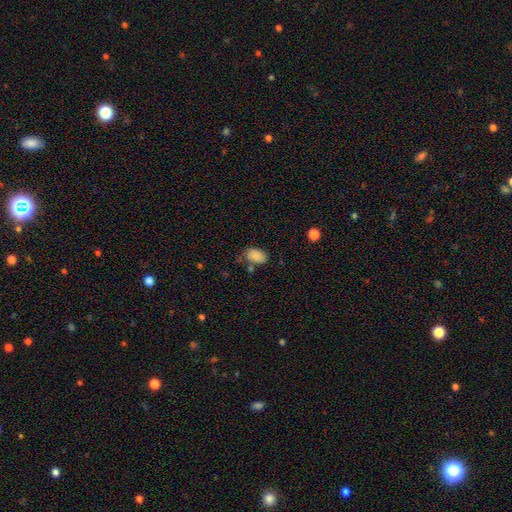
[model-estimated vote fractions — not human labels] smooth_or_featured: smooth (p=0.85) [alt: star or artifact p=0.09]
how_rounded: in between (p=0.90) [alt: round p=0.08]
merging: none (p=0.58) [alt: minor disturbance p=0.25]